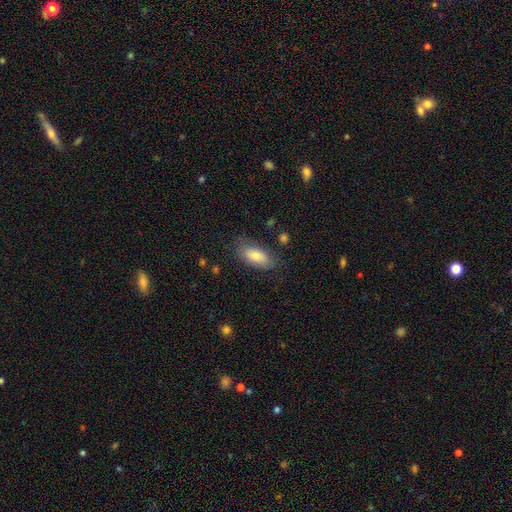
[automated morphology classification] smooth 79%, featured or disk 14%, star or artifact 7%. Down the decision tree: how rounded — in between (85%); merging — none (76%).